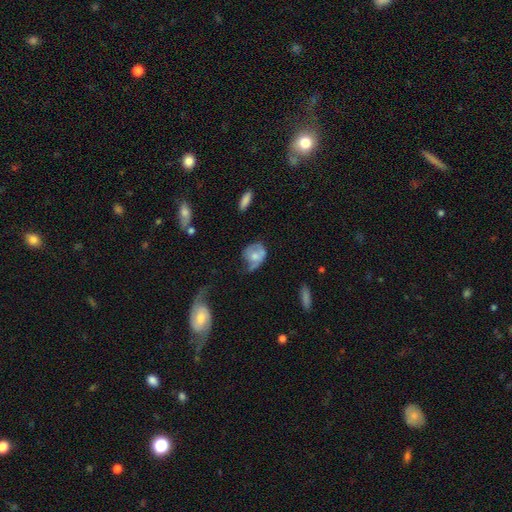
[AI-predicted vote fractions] A smooth galaxy with no disk features (55%) that is round (50%). Merging: minor disturbance (35%).